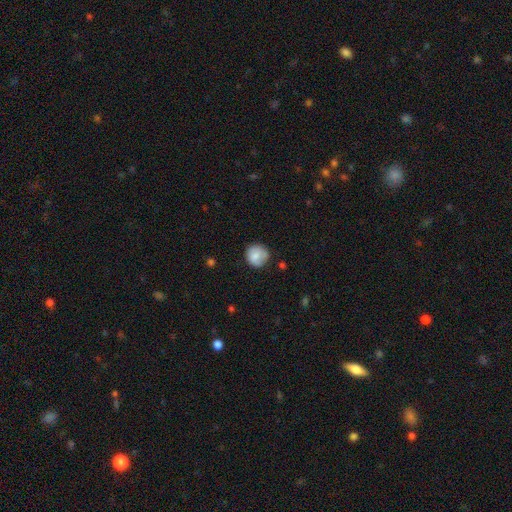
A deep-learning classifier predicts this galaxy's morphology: Smooth or featured? Predicted: smooth (p=0.79). How rounded? Predicted: round (p=0.90). Merging? Predicted: none (p=0.74).